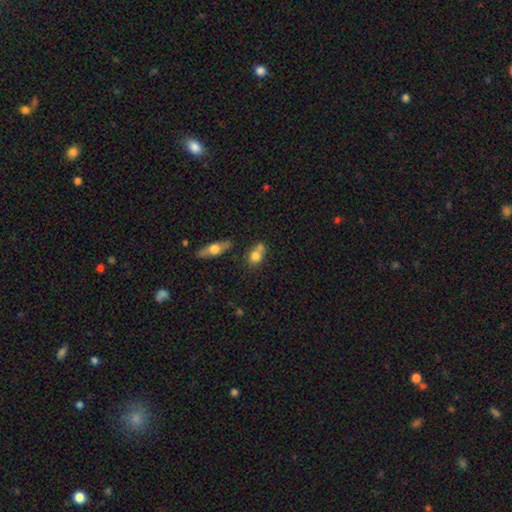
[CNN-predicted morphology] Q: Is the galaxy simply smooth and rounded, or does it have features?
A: smooth — 73%.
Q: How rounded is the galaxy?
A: round — 49%.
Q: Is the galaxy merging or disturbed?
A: none — 41%, tied with merger.